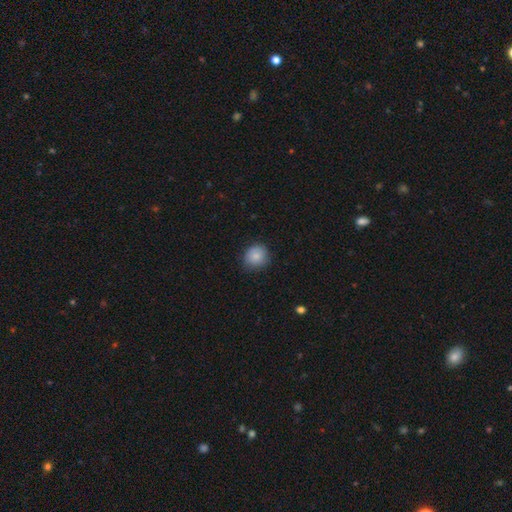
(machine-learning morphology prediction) This appears to be a smooth galaxy with no disk features (85%) that is round (83%). Merging: none (79%).